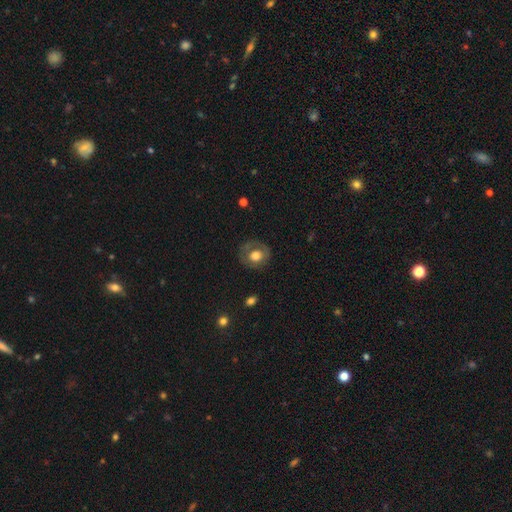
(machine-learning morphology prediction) Overall: smooth (56%; featured or disk 36%). How rounded: round (76%). Merging: none (75%).